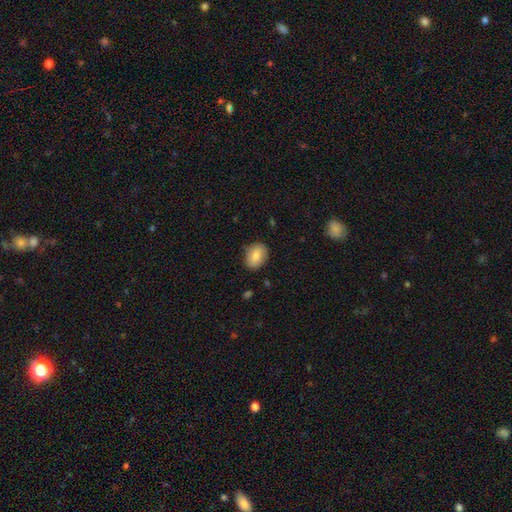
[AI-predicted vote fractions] smooth 81%, featured or disk 12%, star or artifact 7%. Down the decision tree: how rounded — in between (66%); merging — none (83%).